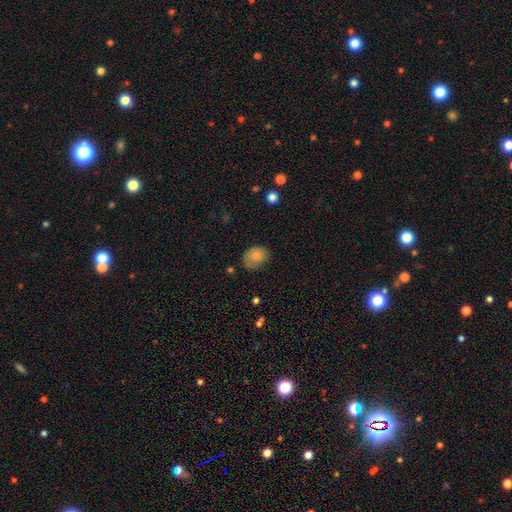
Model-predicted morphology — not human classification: Smooth or featured? smooth (81%)
How rounded? in between (64%)
Merging? none (63%)